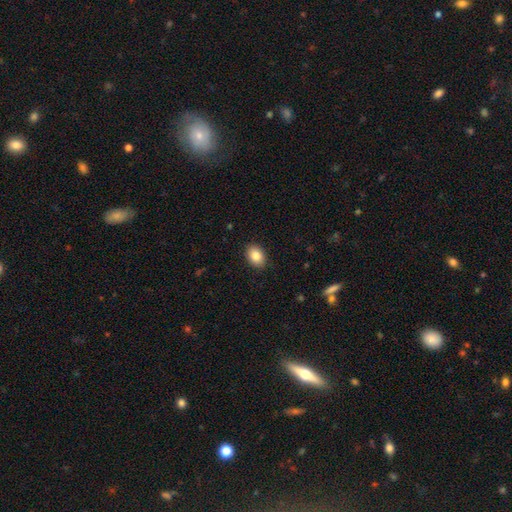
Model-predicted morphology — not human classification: A smooth galaxy with no disk features (85%) that is in between round and cigar-shaped (75%). Merging: none (89%).